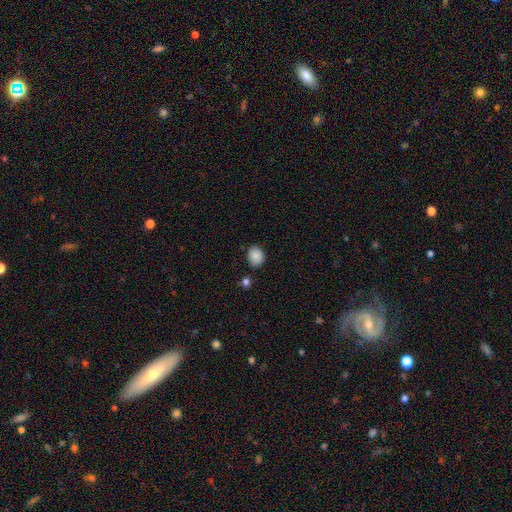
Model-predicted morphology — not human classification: smooth_or_featured: smooth (p=0.88) [alt: star or artifact p=0.08]
how_rounded: round (p=0.52) [alt: in between p=0.47]
merging: none (p=0.81) [alt: minor disturbance p=0.12]